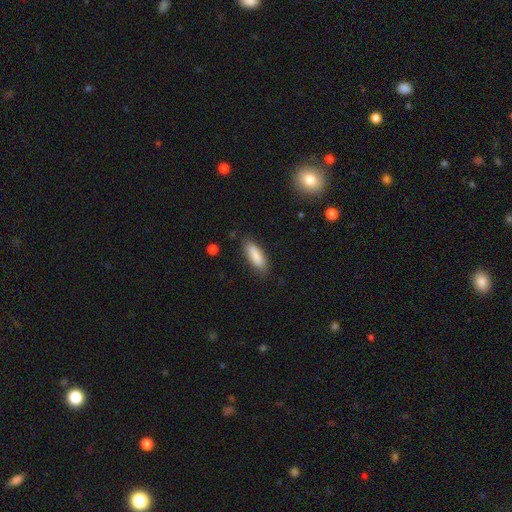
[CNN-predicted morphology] Overall: smooth (85%). How rounded: in between (62%; cigar-shaped 36%). Merging: none (83%).